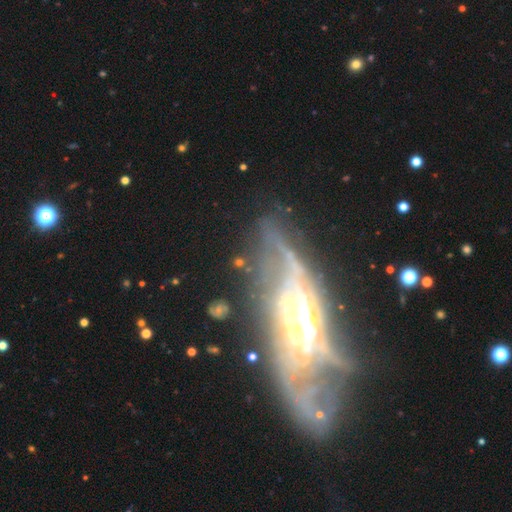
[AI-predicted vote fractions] Overall: featured or disk (80%). Edge-on disk: no (66%; yes 34%). Bar: no (51%; weak 31%). Spiral arms: yes (77%). Bulge size: small (40%; moderate 35%). Merging: none (61%).